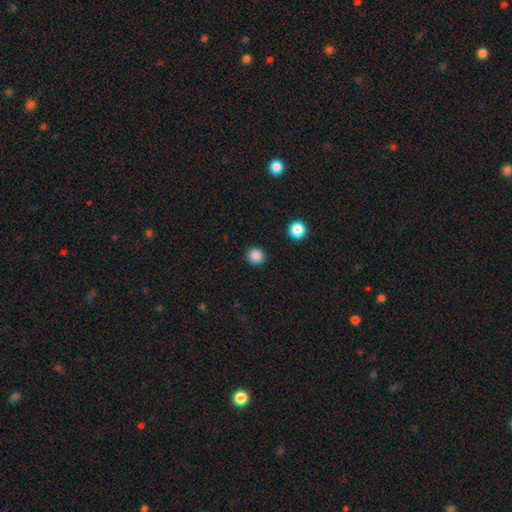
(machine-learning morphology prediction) A smooth galaxy with no disk features (87%) that is round (91%).

Vote fractions:
- Smooth or featured? smooth: 87% / star or artifact: 11% / featured or disk: 3%
- How rounded? round: 91% / in between: 8% / cigar-shaped: 1%
- Merging? none: 91% / minor disturbance: 5% / major disturbance: 2% / merger: 1%